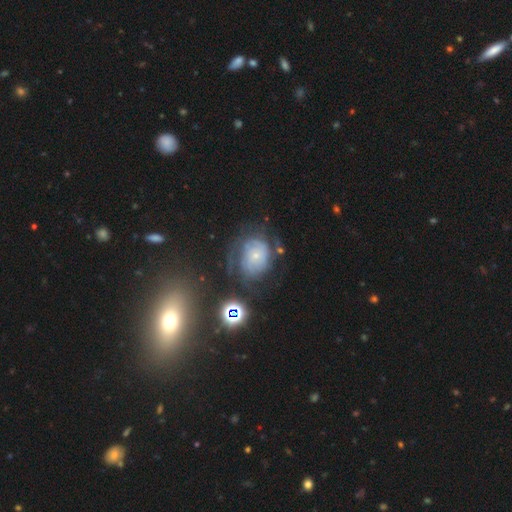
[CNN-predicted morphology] This is possibly a featured or disk galaxy (60%). It is clearly not viewed edge-on (97%). Bar: clearly no (81%). Spiral arm pattern: likely yes (78%). Central bulge: likely small (78%). Merging: possibly none (46%).